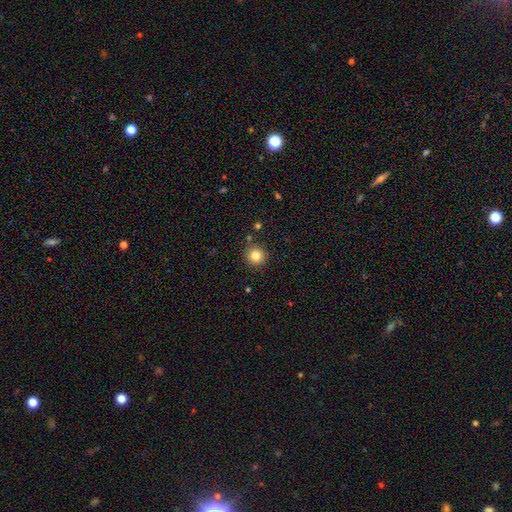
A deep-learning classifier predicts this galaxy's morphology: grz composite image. It shows a smooth galaxy with no disk features (82%) that is round (95%). Merging: none (88%).